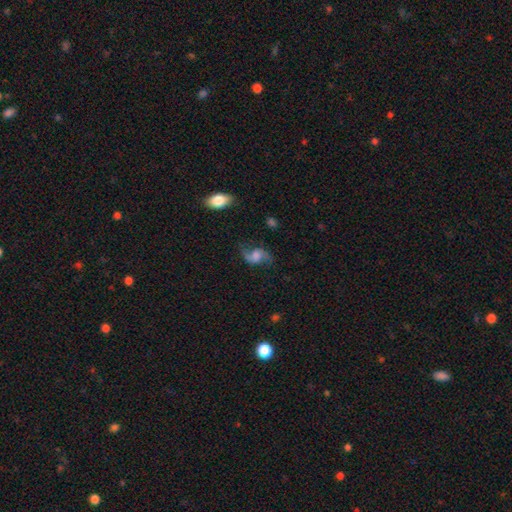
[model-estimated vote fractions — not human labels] smooth_or_featured: featured or disk (p=0.74) [alt: smooth p=0.18]
disk_edge_on: no (p=0.97) [alt: yes p=0.03]
bar: no (p=0.53) [alt: weak p=0.38]
has_spiral_arms: yes (p=0.95) [alt: no p=0.05]
spiral_winding: loose (p=0.76) [alt: medium p=0.20]
spiral_arm_count: 2 (p=0.92) [alt: 1 p=0.03]
bulge_size: none (p=0.29) [alt: moderate p=0.26]
merging: none (p=0.69) [alt: minor disturbance p=0.18]